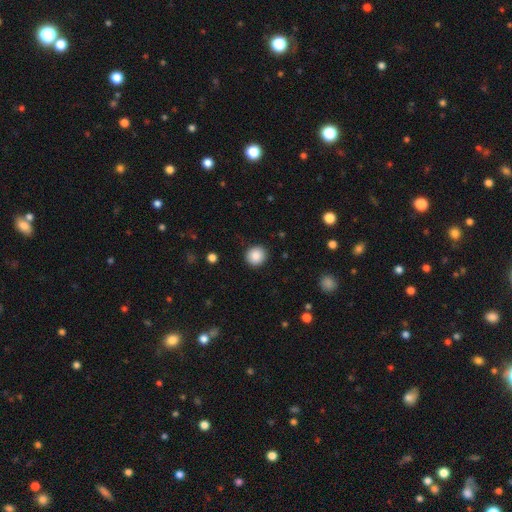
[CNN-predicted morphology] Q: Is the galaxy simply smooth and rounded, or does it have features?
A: smooth — 88%.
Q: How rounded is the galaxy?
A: round — 91%.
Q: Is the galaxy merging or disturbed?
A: none — 90%.